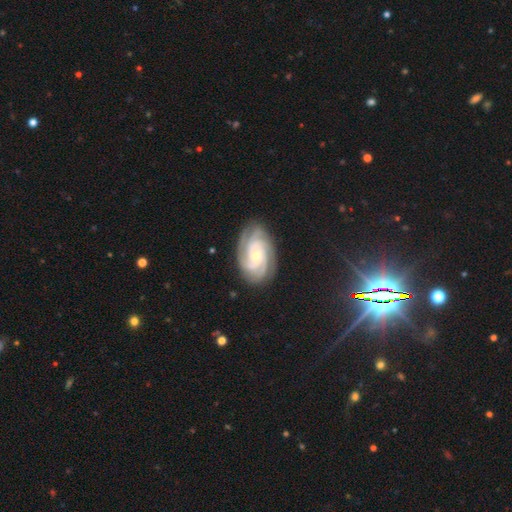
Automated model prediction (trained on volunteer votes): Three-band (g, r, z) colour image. It shows a featured or disk galaxy (89%) with no bar (70%), 3 (36%) tight (73%) spiral arms (98%) and a small central bulge (62%). Merging: none (82%).